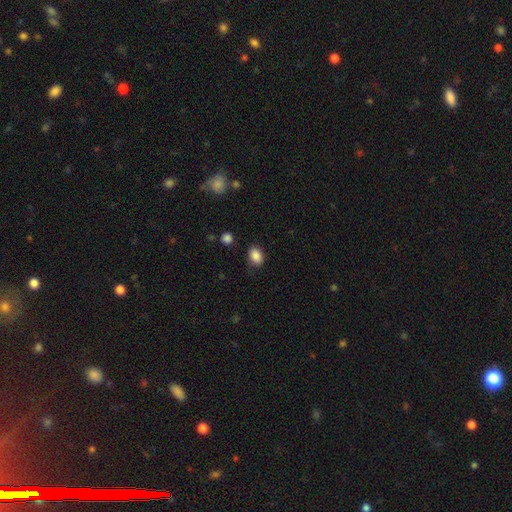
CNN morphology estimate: Smooth or featured? smooth (87%)
How rounded? in between (74%)
Merging? none (82%)